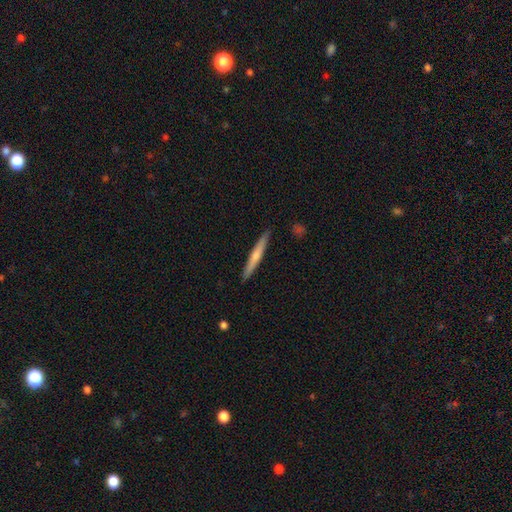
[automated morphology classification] Q: Smooth or featured?
A: smooth (53%); runner-up: featured or disk (42%)
Q: How rounded?
A: cigar-shaped (96%); runner-up: in between (3%)
Q: Merging?
A: none (91%); runner-up: minor disturbance (7%)